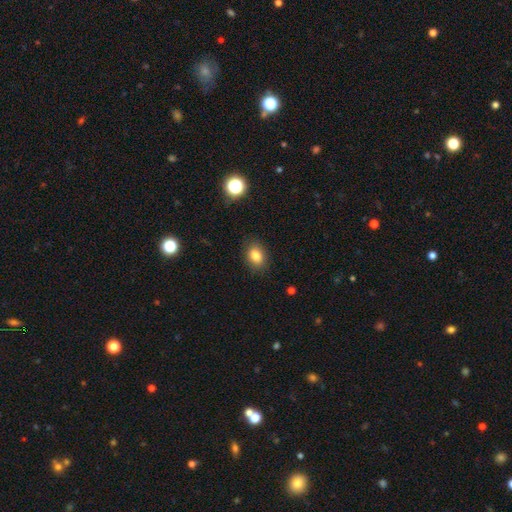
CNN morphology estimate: smooth-or-featured: smooth: 83% | star or artifact: 11% | featured or disk: 7%
  how-rounded: in between: 70% | round: 29% | cigar-shaped: 1%
  merging: none: 86% | minor disturbance: 10% | major disturbance: 3% | merger: 1%